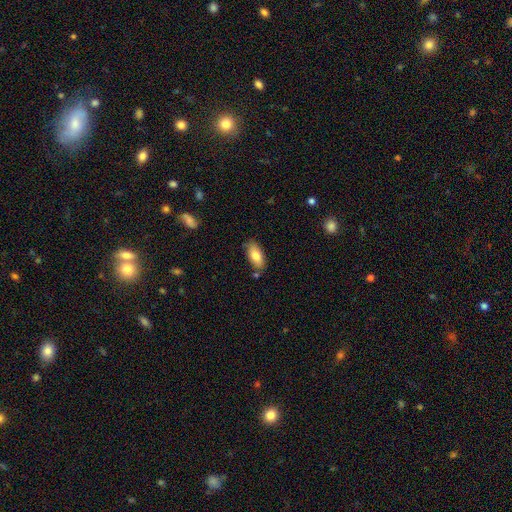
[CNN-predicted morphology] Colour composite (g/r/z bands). It shows a smooth galaxy with no disk features (79%) that is in between round and cigar-shaped (90%). Merging: none (77%).